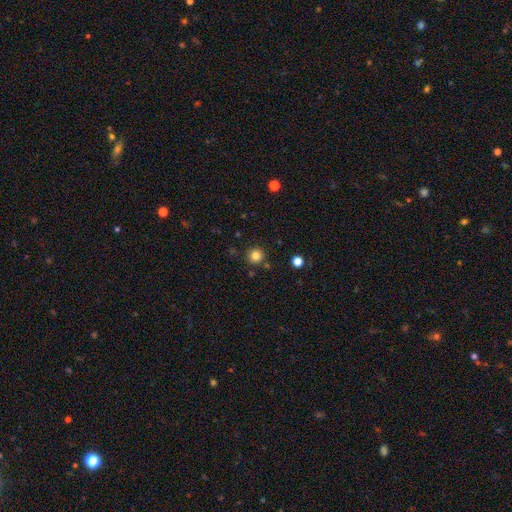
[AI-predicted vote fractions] The model was most divided on "smooth or featured": smooth: 83%, star or artifact: 13%, featured or disk: 4%. More confident: how rounded — round (95%); merging — none (89%).